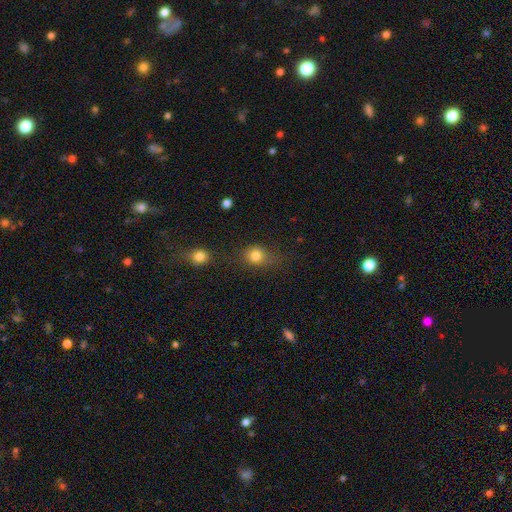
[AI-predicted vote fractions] This is clearly a smooth galaxy (80%). How rounded: likely round (74%). Merging: likely none (61%).